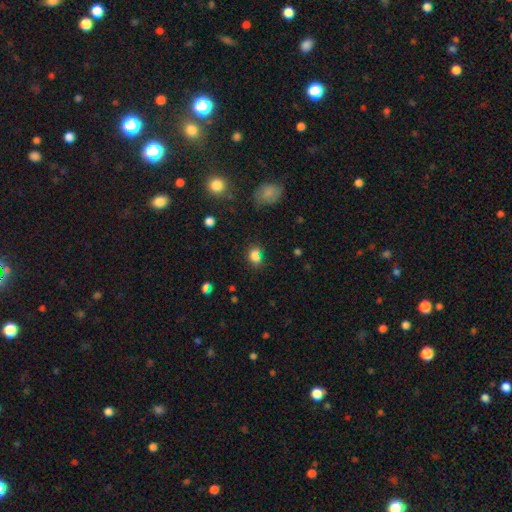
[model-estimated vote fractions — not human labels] smooth 80%, star or artifact 14%, featured or disk 6%. Down the decision tree: how rounded — in between (58%); merging — none (63%).